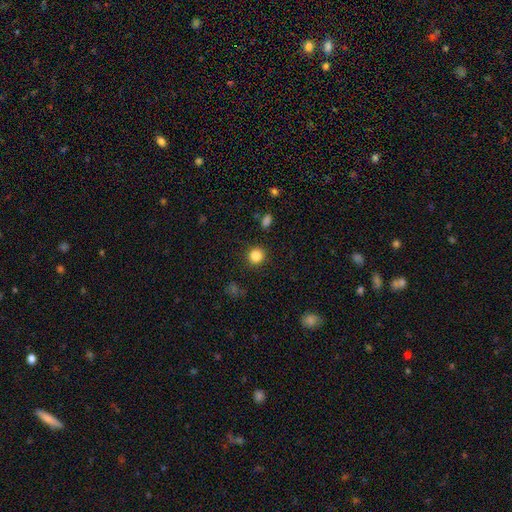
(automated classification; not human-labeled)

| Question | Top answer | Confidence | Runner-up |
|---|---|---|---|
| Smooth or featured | smooth | 85% | star or artifact (11%) |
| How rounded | round | 91% | in between (8%) |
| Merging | none | 90% | minor disturbance (6%) |